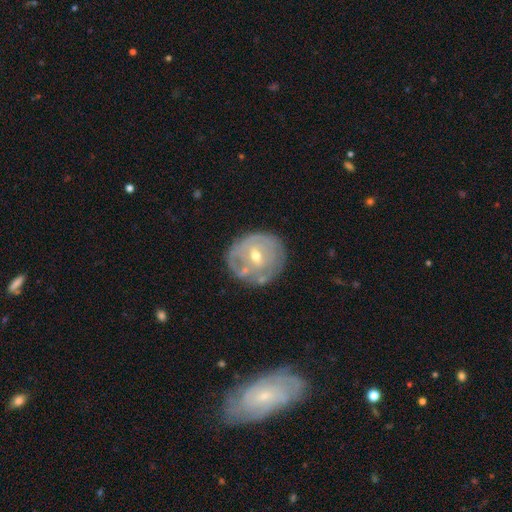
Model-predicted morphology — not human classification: Q: Smooth or featured?
A: featured or disk (67%); runner-up: smooth (26%)
Q: Edge-on disk?
A: no (97%); runner-up: yes (3%)
Q: Bar?
A: weak (45%); tied with: no (45%)
Q: Spiral arms?
A: yes (57%); runner-up: no (43%)
Q: Bulge size?
A: moderate (56%); runner-up: small (40%)
Q: Merging?
A: none (67%); runner-up: minor disturbance (19%)